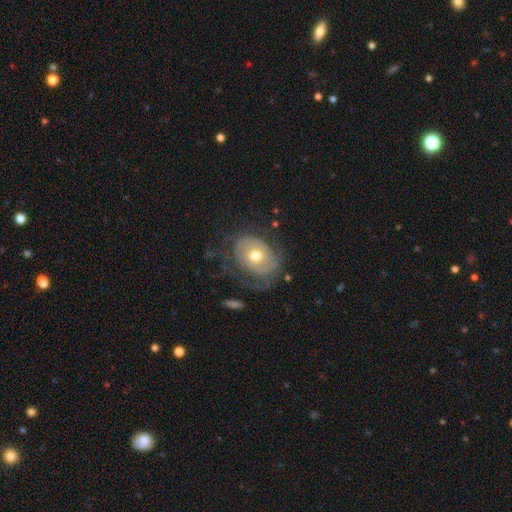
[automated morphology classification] smooth_or_featured: featured or disk (p=0.68) [alt: smooth p=0.25]
disk_edge_on: no (p=0.96) [alt: yes p=0.04]
bar: no (p=0.79) [alt: weak p=0.17]
has_spiral_arms: yes (p=0.74) [alt: no p=0.26]
bulge_size: moderate (p=0.75) [alt: small p=0.16]
merging: none (p=0.52) [alt: major disturbance p=0.24]